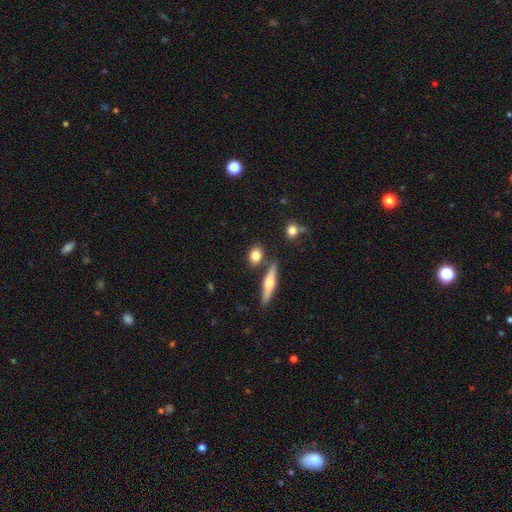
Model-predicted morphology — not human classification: Smooth or featured?
  - smooth: 78% *
  - featured or disk: 14%
  - star or artifact: 8%
How rounded?
  - round: 49% *
  - in between: 43%
  - cigar-shaped: 8%
Merging?
  - none: 75% *
  - minor disturbance: 11%
  - merger: 11%
  - major disturbance: 3%